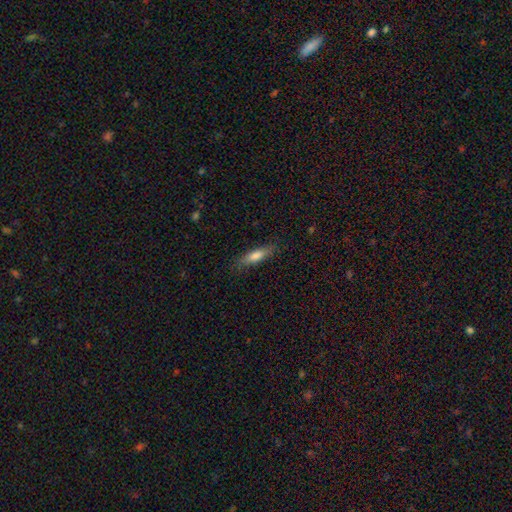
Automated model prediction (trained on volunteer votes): This appears to be a smooth galaxy with no disk features (74%) that is cigar-shaped (64%). Merging: none (81%).